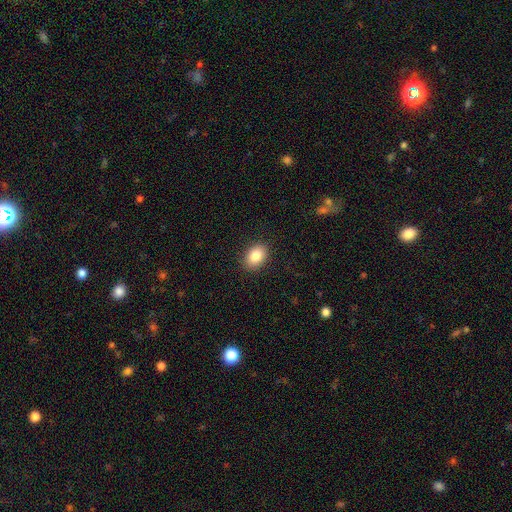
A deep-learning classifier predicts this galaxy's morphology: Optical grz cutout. It shows a smooth galaxy with no disk features (85%) that is in between round and cigar-shaped (78%). Merging: none (89%).